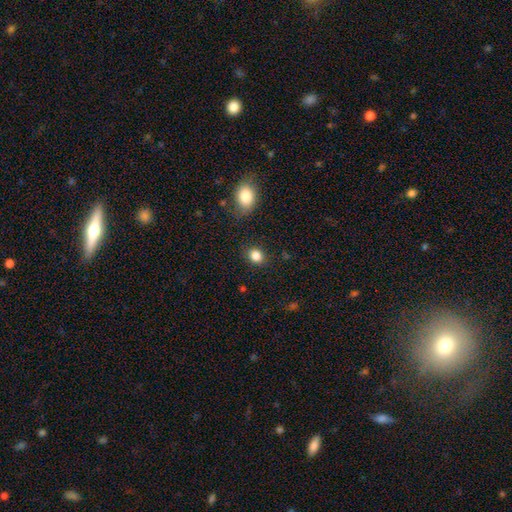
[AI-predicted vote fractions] Smooth or featured?
  - smooth: 85% *
  - star or artifact: 11%
  - featured or disk: 5%
How rounded?
  - round: 59% *
  - in between: 40%
  - cigar-shaped: 1%
Merging?
  - none: 86% *
  - minor disturbance: 9%
  - major disturbance: 3%
  - merger: 2%